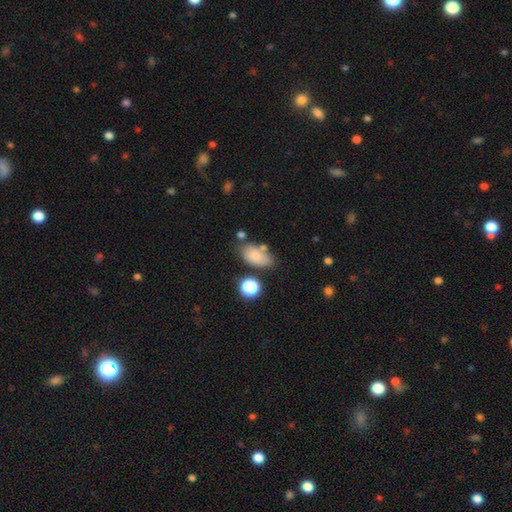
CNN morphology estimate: A smooth galaxy with no disk features (78%) that is in between round and cigar-shaped (88%).

Vote fractions:
- Smooth or featured? smooth: 78% / featured or disk: 12% / star or artifact: 10%
- How rounded? in between: 88% / round: 8% / cigar-shaped: 3%
- Merging? none: 61% / minor disturbance: 20% / merger: 13% / major disturbance: 6%